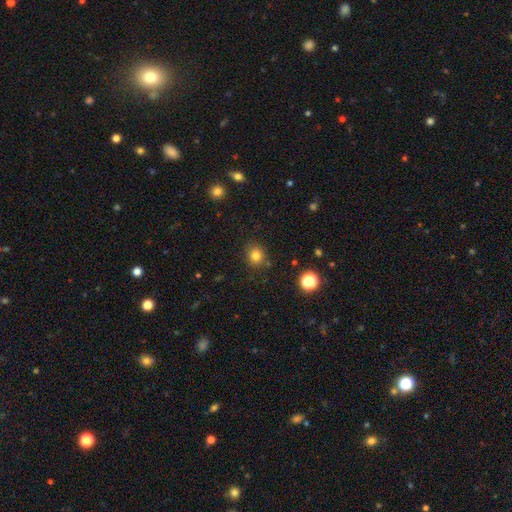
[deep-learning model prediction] Morphology: type=smooth (81%); roundness=round (84%); merging=none (86%).